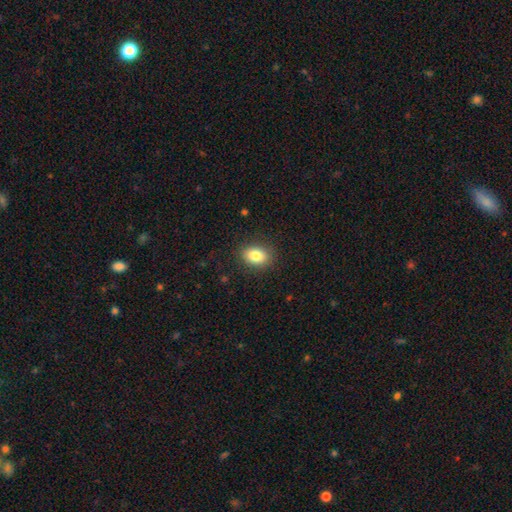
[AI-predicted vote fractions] Q: Smooth or featured?
A: smooth (83%); runner-up: star or artifact (9%)
Q: How rounded?
A: in between (75%); runner-up: round (23%)
Q: Merging?
A: none (87%); runner-up: minor disturbance (9%)